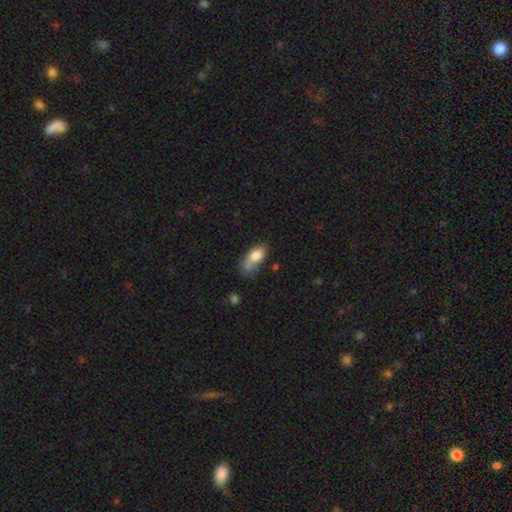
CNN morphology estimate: Smooth or featured? Predicted: smooth (p=0.76). How rounded? Predicted: in between (p=0.82). Merging? Predicted: none (p=0.33).